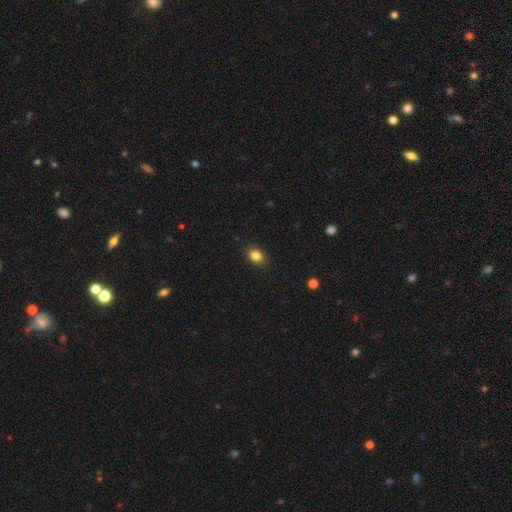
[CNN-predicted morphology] The model was most divided on "how rounded": in between: 61%, round: 38%, cigar-shaped: 1%. More confident: merging — none (88%); smooth or featured — smooth (84%).